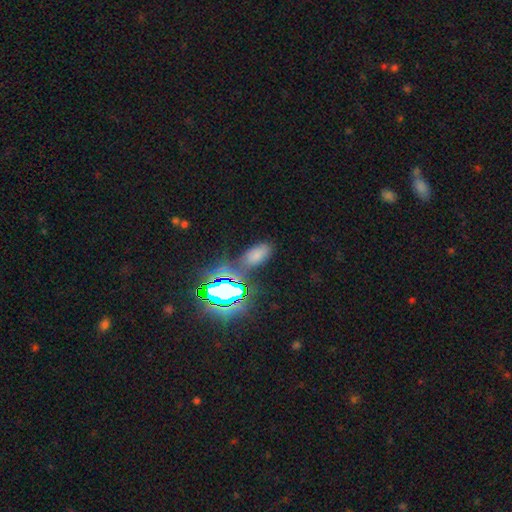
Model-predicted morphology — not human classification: smooth 47%, star or artifact 43%, featured or disk 10%. Down the decision tree: merging — none (74%).